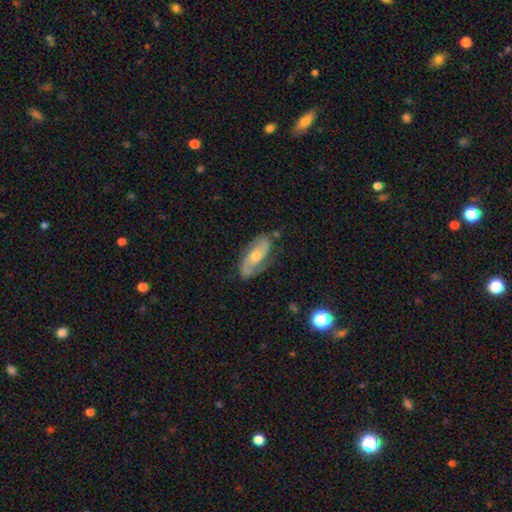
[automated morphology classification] Smooth or featured?
  - featured or disk: 75% *
  - smooth: 19%
  - star or artifact: 6%
Edge-on disk?
  - no: 92% *
  - yes: 8%
Bar?
  - no: 58% *
  - weak: 31%
  - strong: 11%
Spiral arms?
  - yes: 92% *
  - no: 8%
Spiral winding?
  - medium: 43% *
  - loose: 29%
  - tight: 28%
Spiral arm count?
  - 2: 84% *
  - can't tell: 8%
  - 1: 4%
  - 3: 2%
  - 4: 1%
  - more than 4: 1%
Bulge size?
  - moderate: 51% *
  - small: 43%
  - large: 3%
  - none: 2%
  - dominant: 1%
Merging?
  - none: 74% *
  - minor disturbance: 18%
  - major disturbance: 6%
  - merger: 2%